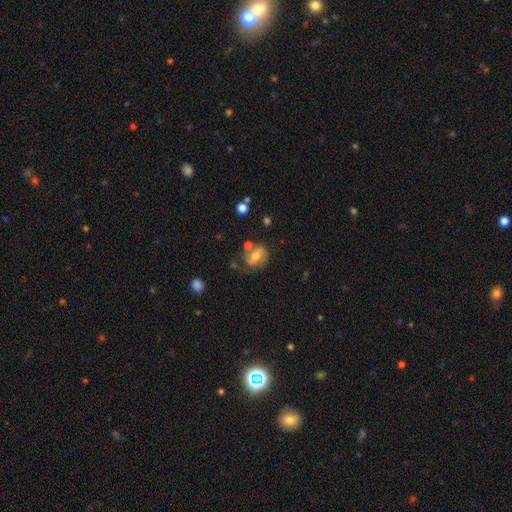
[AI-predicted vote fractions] Q: Smooth or featured?
A: smooth (51%); runner-up: featured or disk (39%)
Q: How rounded?
A: in between (54%); runner-up: round (45%)
Q: Merging?
A: none (50%); runner-up: minor disturbance (24%)